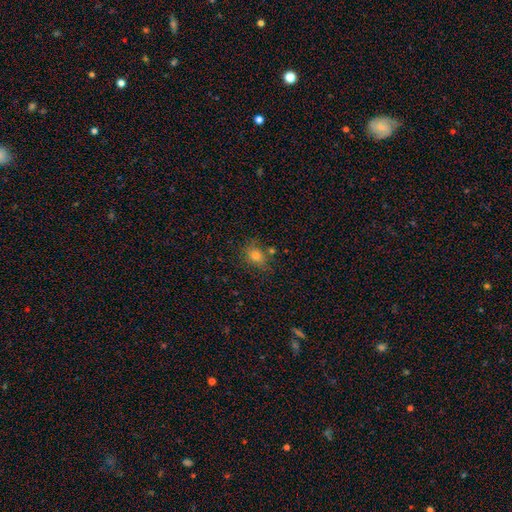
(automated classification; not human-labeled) smooth-or-featured: smooth: 74% | star or artifact: 17% | featured or disk: 9%
  how-rounded: round: 53% | in between: 45% | cigar-shaped: 2%
  merging: none: 69% | minor disturbance: 18% | merger: 7% | major disturbance: 6%